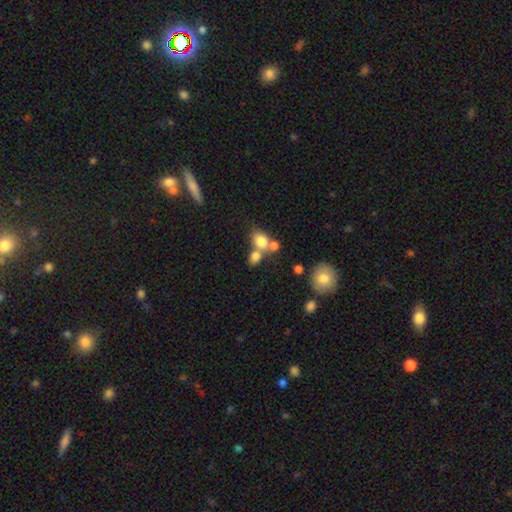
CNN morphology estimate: A smooth galaxy with no disk features (60%) that is round (50%).

Vote fractions:
- Smooth or featured? smooth: 60% / star or artifact: 21% / featured or disk: 19%
- How rounded? round: 50% / in between: 43% / cigar-shaped: 7%
- Merging? none: 47% / merger: 40% / minor disturbance: 9% / major disturbance: 5%